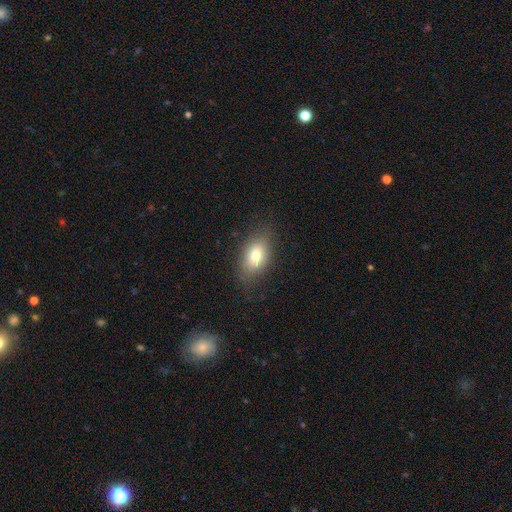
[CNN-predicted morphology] This is likely a smooth galaxy (77%). How rounded: clearly in between (86%). Merging: likely none (79%).